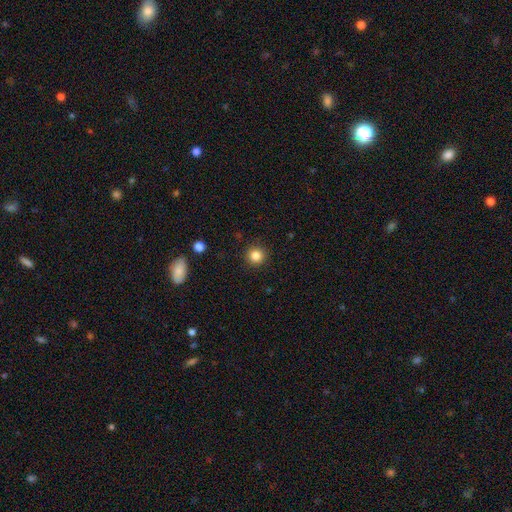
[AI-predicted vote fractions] smooth-or-featured: smooth: 84% | star or artifact: 12% | featured or disk: 5%
  how-rounded: round: 94% | in between: 5% | cigar-shaped: 1%
  merging: none: 91% | minor disturbance: 6% | major disturbance: 2% | merger: 1%